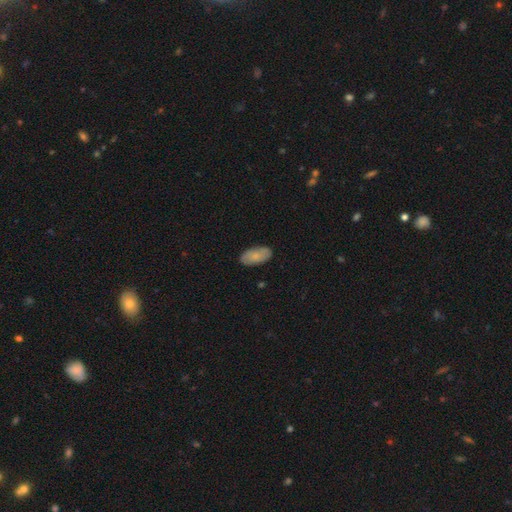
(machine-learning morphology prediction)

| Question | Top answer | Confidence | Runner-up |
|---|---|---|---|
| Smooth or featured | smooth | 82% | featured or disk (12%) |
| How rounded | in between | 94% | cigar-shaped (4%) |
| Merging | none | 86% | minor disturbance (11%) |